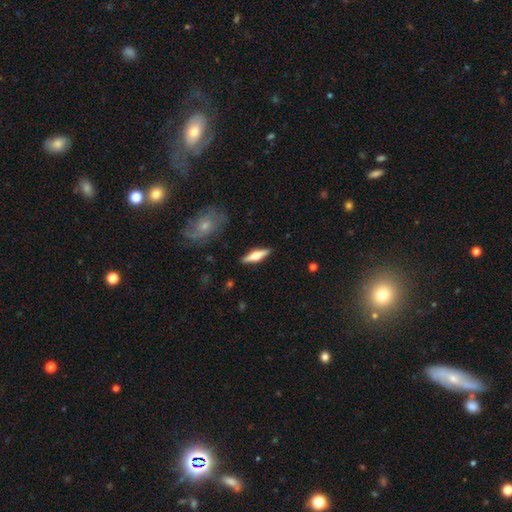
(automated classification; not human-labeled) A featured or disk galaxy (56%) viewed edge-on (94%) with a rounded central bulge (92%). Merging: none (88%).